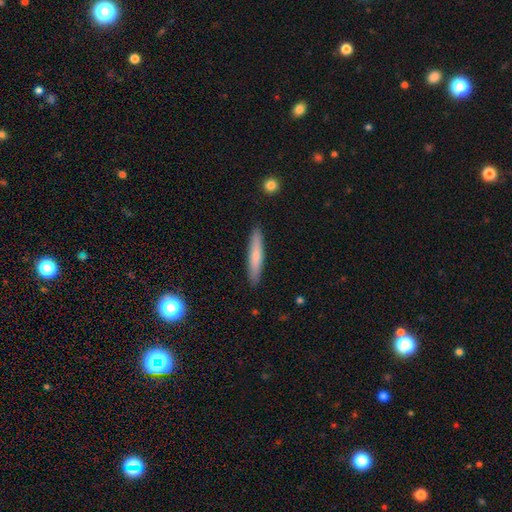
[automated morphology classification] Overall: smooth (70%). How rounded: cigar-shaped (92%). Merging: none (90%).